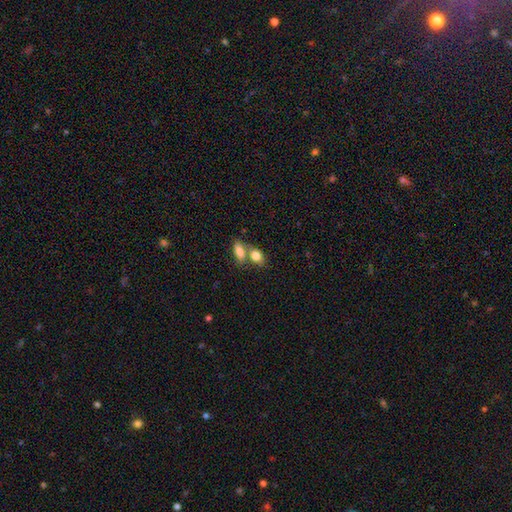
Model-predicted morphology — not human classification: Smooth or featured? Predicted: smooth (p=0.82). How rounded? Predicted: in between (p=0.75). Merging? Predicted: merger (p=0.51).